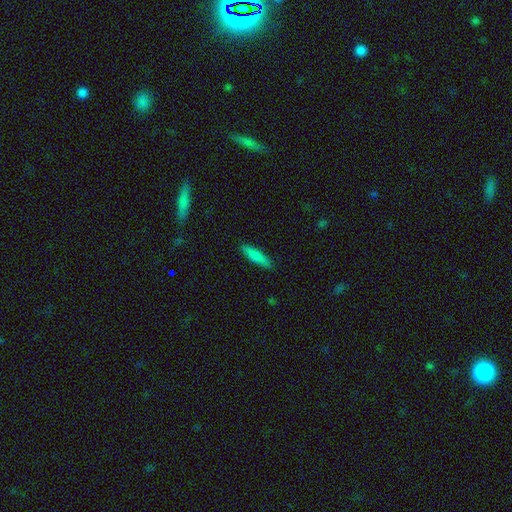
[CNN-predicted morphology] smooth-or-featured: smooth: 83% | featured or disk: 11% | star or artifact: 6%
  how-rounded: cigar-shaped: 74% | in between: 24% | round: 1%
  merging: none: 88% | minor disturbance: 9% | major disturbance: 2% | merger: 1%